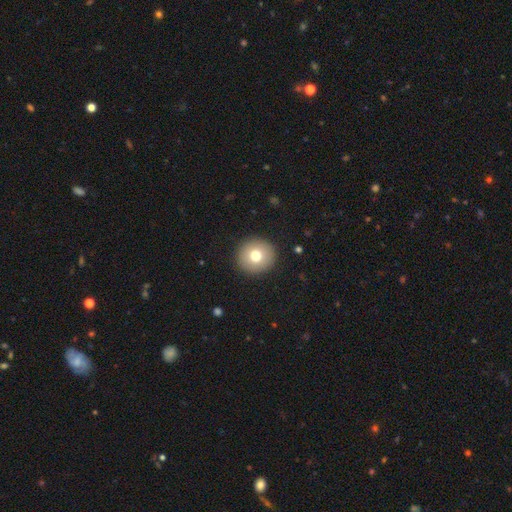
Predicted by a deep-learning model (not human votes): Morphology: type=smooth (74%); roundness=round (94%); merging=none (92%).